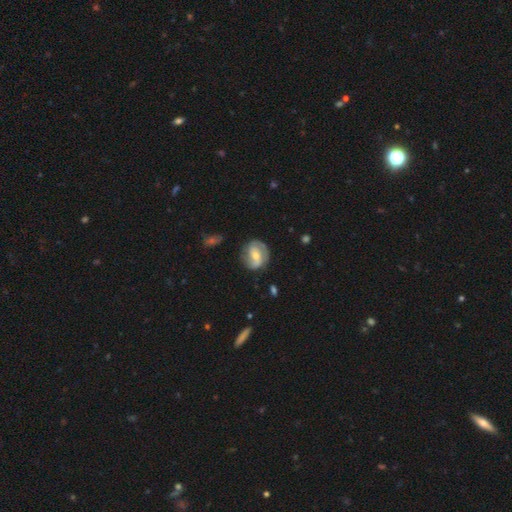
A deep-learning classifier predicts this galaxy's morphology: type=featured or disk (70%); edge-on=no (97%); bar=weak (44%); spiral arms=yes (88%); winding=medium (43%); arm count=2 (82%); bulge=moderate (54%); merging=none (74%).